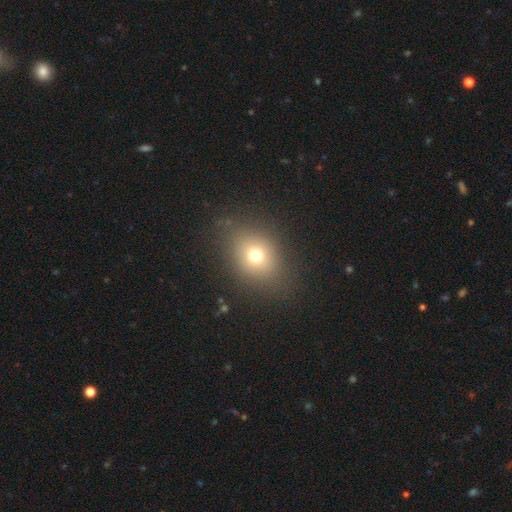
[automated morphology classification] A smooth galaxy with no disk features (71%) that is in between round and cigar-shaped (50%). Merging: none (83%).